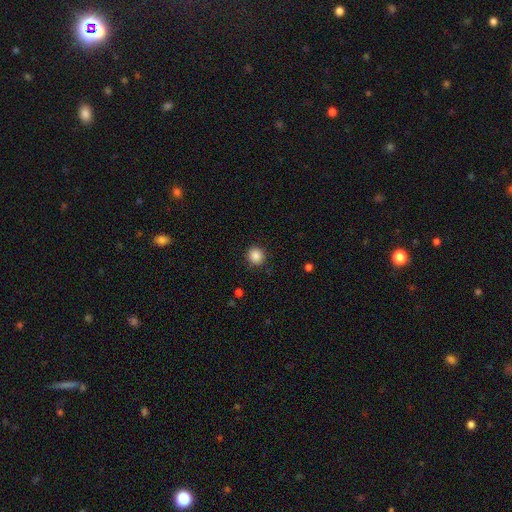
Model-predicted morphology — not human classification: Smooth or featured?
  - smooth: 86% *
  - star or artifact: 10%
  - featured or disk: 4%
How rounded?
  - round: 91% *
  - in between: 8%
  - cigar-shaped: 1%
Merging?
  - none: 89% *
  - minor disturbance: 8%
  - major disturbance: 2%
  - merger: 1%